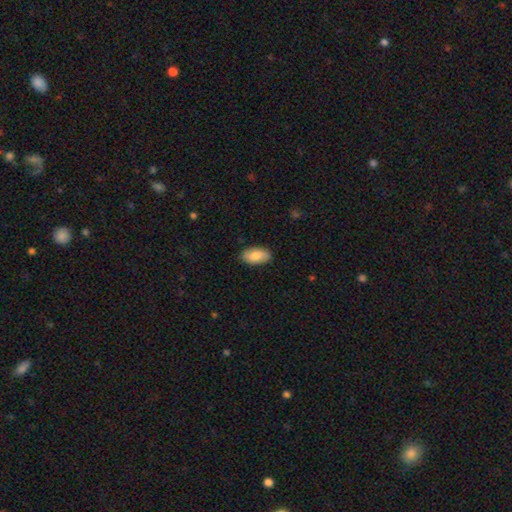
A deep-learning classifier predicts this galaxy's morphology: Q: Smooth or featured?
A: smooth (78%); runner-up: featured or disk (16%)
Q: How rounded?
A: in between (93%); runner-up: cigar-shaped (4%)
Q: Merging?
A: none (86%); runner-up: minor disturbance (11%)